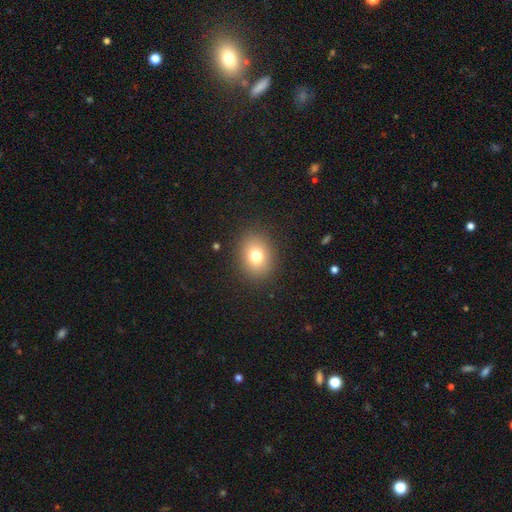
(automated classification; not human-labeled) Smooth or featured: smooth — 77% (star or artifact — 12%)
How rounded: round — 51% (in between — 48%)
Merging: none — 88% (minor disturbance — 8%)